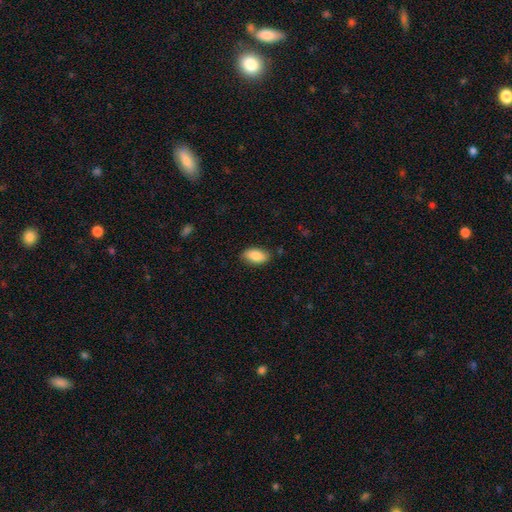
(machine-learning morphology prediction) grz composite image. It shows a smooth galaxy with no disk features (85%) that is in between round and cigar-shaped (93%). Merging: none (84%).